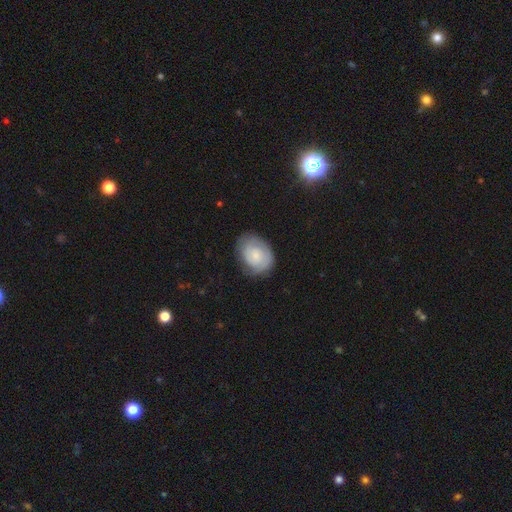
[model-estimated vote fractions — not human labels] The model was most divided on "smooth or featured": smooth: 48%, featured or disk: 45%, star or artifact: 7%. More confident: merging — none (70%).